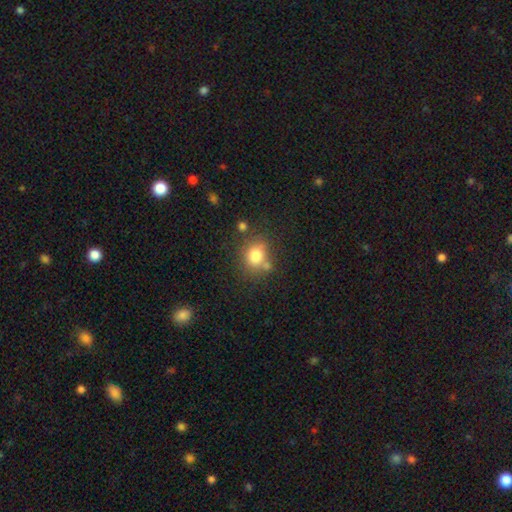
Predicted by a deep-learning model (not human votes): Smooth or featured?
  - smooth: 78% *
  - star or artifact: 12%
  - featured or disk: 10%
How rounded?
  - round: 73% *
  - in between: 26%
  - cigar-shaped: 1%
Merging?
  - none: 63% *
  - merger: 16%
  - minor disturbance: 15%
  - major disturbance: 6%